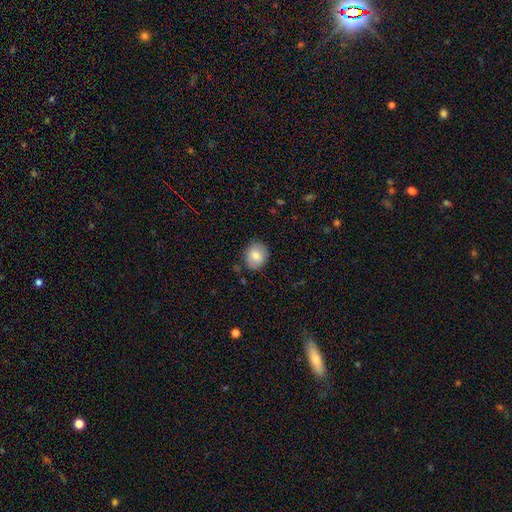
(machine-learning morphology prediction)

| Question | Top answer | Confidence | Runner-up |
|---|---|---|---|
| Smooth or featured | smooth | 77% | featured or disk (15%) |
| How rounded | round | 69% | in between (30%) |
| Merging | none | 82% | minor disturbance (14%) |